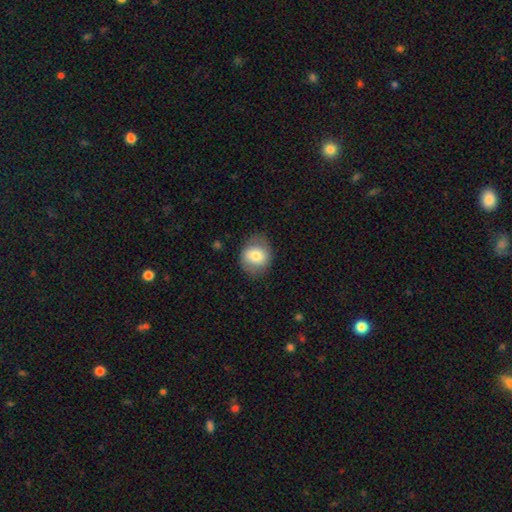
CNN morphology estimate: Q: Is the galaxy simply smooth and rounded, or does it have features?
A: smooth — 73%.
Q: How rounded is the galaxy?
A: round — 64%.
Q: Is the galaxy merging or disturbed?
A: none — 73%.